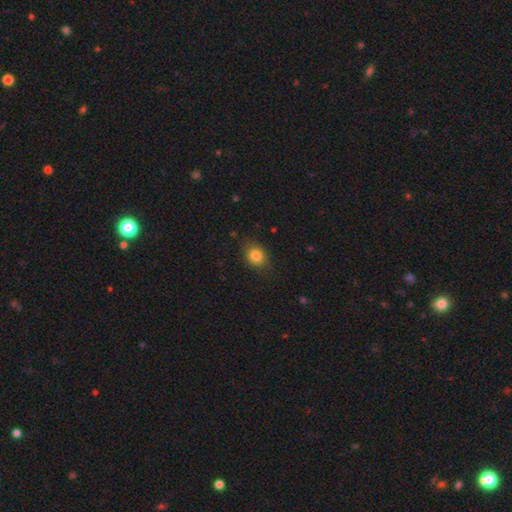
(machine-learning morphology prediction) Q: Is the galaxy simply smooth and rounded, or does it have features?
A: smooth — 82%.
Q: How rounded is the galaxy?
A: round — 55%.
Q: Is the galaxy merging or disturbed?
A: none — 79%.